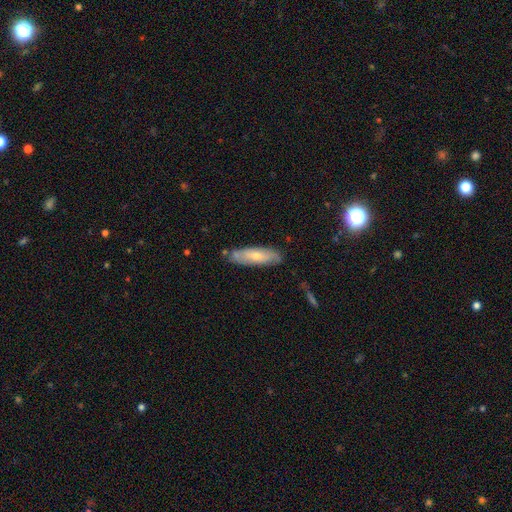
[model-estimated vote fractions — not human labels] Smooth or featured? Predicted: smooth (p=0.58). How rounded? Predicted: cigar-shaped (p=0.54). Merging? Predicted: none (p=0.76).